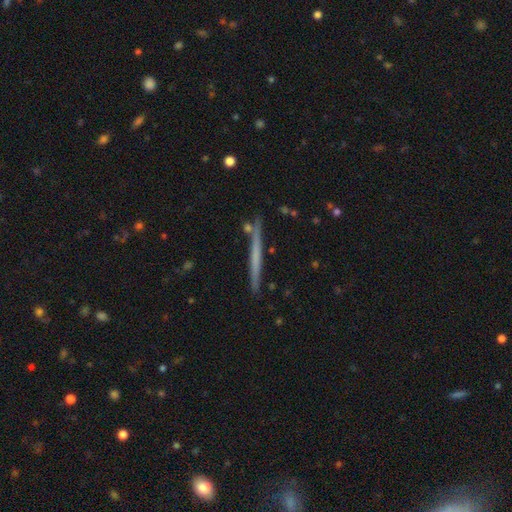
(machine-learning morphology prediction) The model was most divided on "smooth or featured": featured or disk: 51%, smooth: 43%, star or artifact: 6%. More confident: edge-on disk — yes (97%); merging — none (88%).